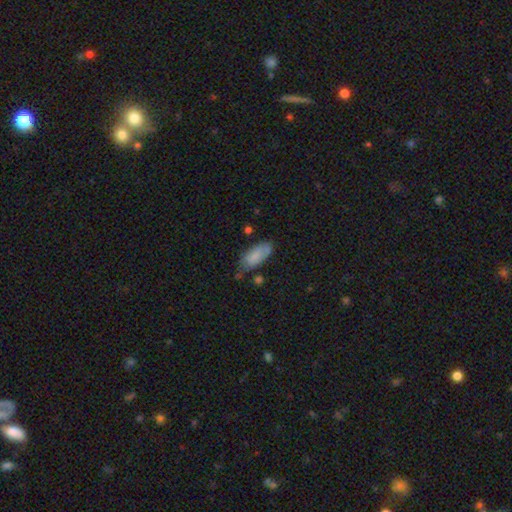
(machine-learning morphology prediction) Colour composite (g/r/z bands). It shows a smooth galaxy with no disk features (76%) that is in between round and cigar-shaped (87%). Merging: none (54%).